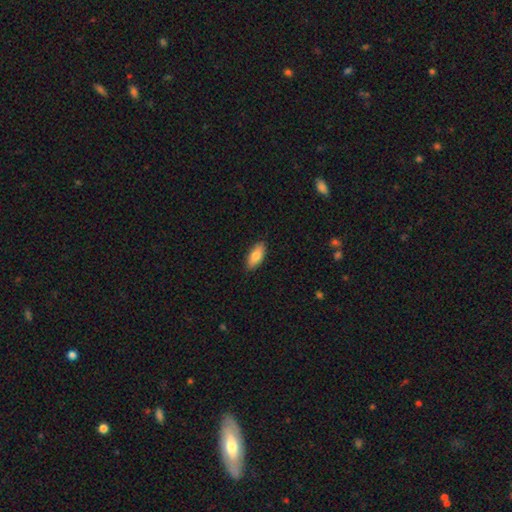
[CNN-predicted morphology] The model was most divided on "smooth or featured": smooth: 81%, featured or disk: 13%, star or artifact: 6%. More confident: merging — none (88%); how rounded — in between (86%).